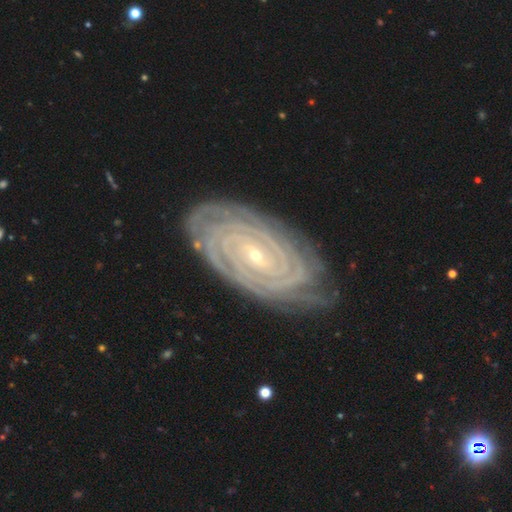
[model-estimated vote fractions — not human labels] Overall: featured or disk (91%). Edge-on disk: no (96%). Bar: no (44%; weak 34%). Spiral arms: yes (98%). Spiral arm count: can't tell (21%, tied with 4). Spiral winding: tight (90%). Bulge size: small (81%). Merging: none (79%).